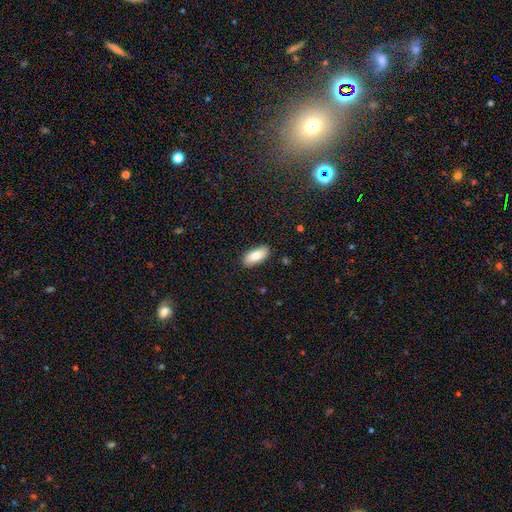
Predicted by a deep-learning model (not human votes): This is clearly a smooth galaxy (82%). How rounded: clearly in between (87%). Merging: clearly none (88%).